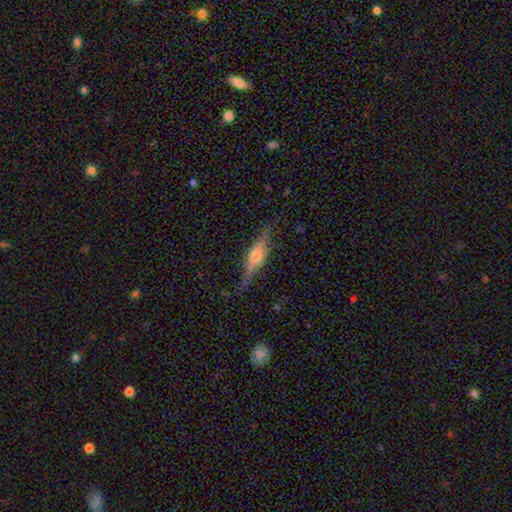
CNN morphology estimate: Smooth or featured? Predicted: featured or disk (p=0.76). Edge-on disk? Predicted: yes (p=0.96). Edge-on bulge? Predicted: rounded (p=0.82). Merging? Predicted: none (p=0.83).